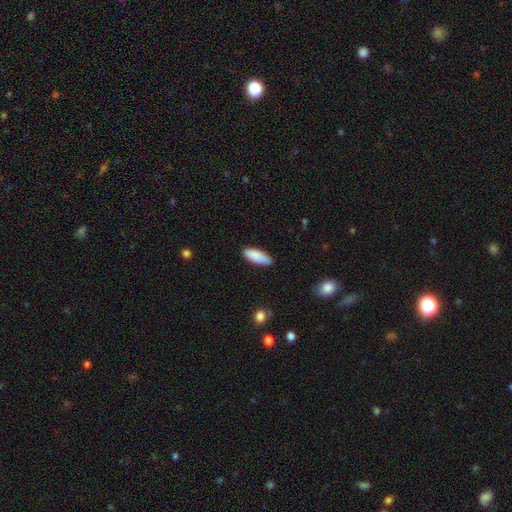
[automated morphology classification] Smooth or featured?
  - smooth: 89% *
  - star or artifact: 6%
  - featured or disk: 5%
How rounded?
  - in between: 72% *
  - cigar-shaped: 26%
  - round: 2%
Merging?
  - none: 81% *
  - minor disturbance: 15%
  - major disturbance: 2%
  - merger: 1%